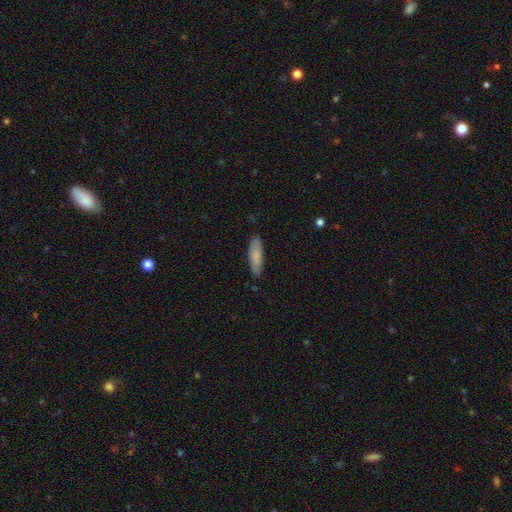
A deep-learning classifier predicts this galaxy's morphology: The model was most divided on "how rounded": cigar-shaped: 60%, in between: 38%, round: 1%. More confident: merging — none (85%); smooth or featured — smooth (78%).